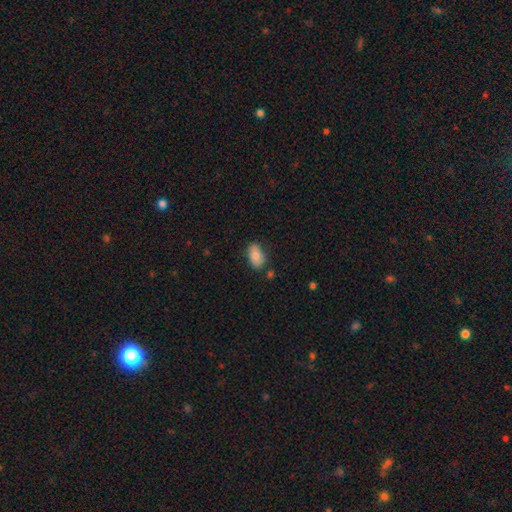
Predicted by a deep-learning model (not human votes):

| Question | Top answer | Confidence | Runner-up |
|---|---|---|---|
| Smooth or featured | smooth | 79% | featured or disk (14%) |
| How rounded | in between | 91% | round (8%) |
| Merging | none | 74% | minor disturbance (19%) |